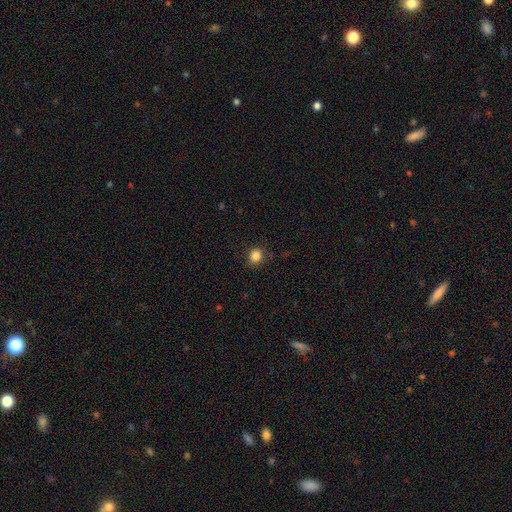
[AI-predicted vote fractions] This is clearly a smooth galaxy (85%). How rounded: likely round (72%). Merging: clearly none (82%).